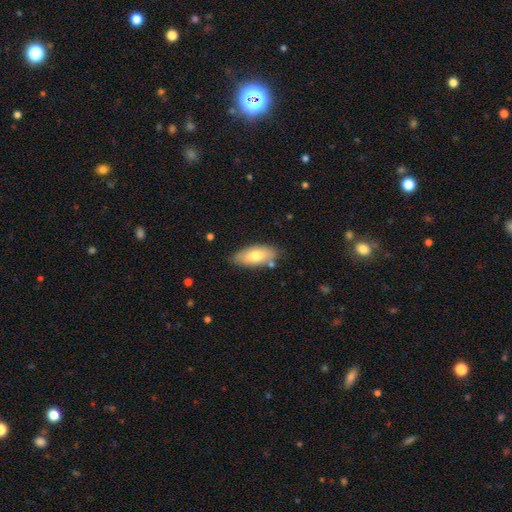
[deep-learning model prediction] Morphology: type=smooth (72%); roundness=in between (89%); merging=none (78%).